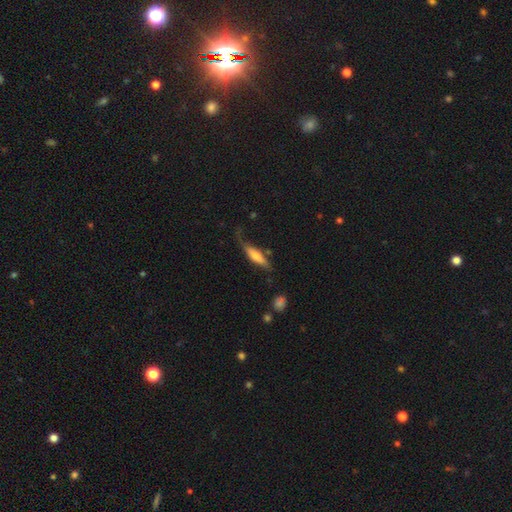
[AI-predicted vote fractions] Smooth or featured? Predicted: smooth (p=0.57). How rounded? Predicted: cigar-shaped (p=0.62). Merging? Predicted: none (p=0.47).